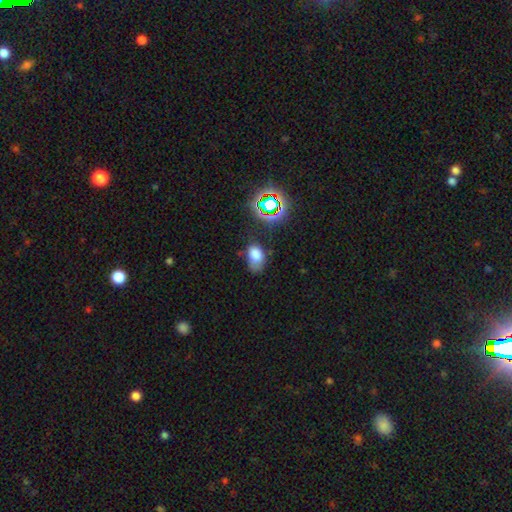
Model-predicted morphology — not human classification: Smooth or featured: smooth — 73% (star or artifact — 16%)
How rounded: in between — 84% (round — 14%)
Merging: none — 48% (minor disturbance — 32%)